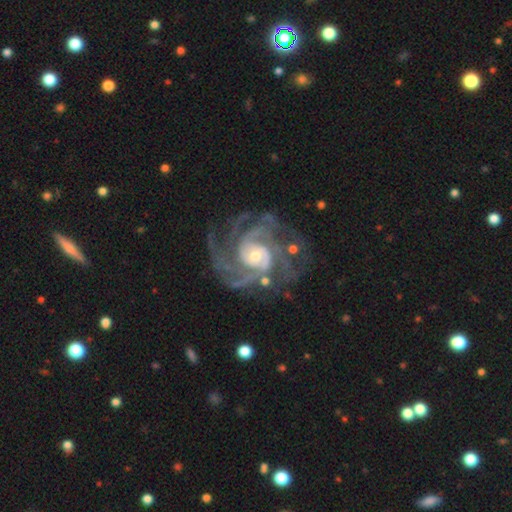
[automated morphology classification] Smooth or featured? Predicted: featured or disk (p=0.92). Edge-on disk? Predicted: no (p=0.98). Bar? Predicted: no (p=0.61). Spiral arms? Predicted: yes (p=0.98). Spiral winding? Predicted: tight (p=0.51). Spiral arm count? Predicted: 3 (p=0.27). Bulge size? Predicted: small (p=0.48). Merging? Predicted: none (p=0.65).